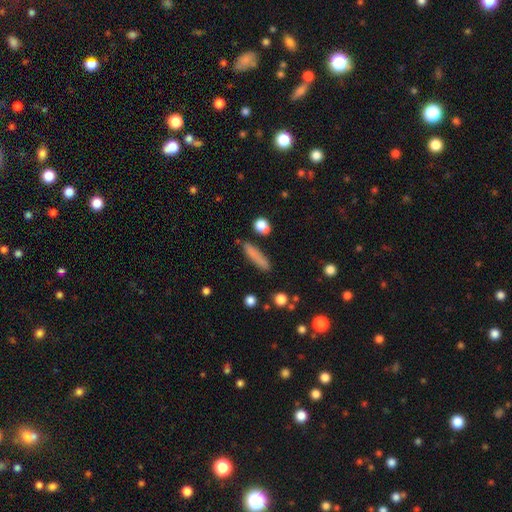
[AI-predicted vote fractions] Smooth or featured?
  - smooth: 79% *
  - featured or disk: 12%
  - star or artifact: 8%
How rounded?
  - cigar-shaped: 87% *
  - in between: 11%
  - round: 2%
Merging?
  - none: 82% *
  - minor disturbance: 12%
  - merger: 3%
  - major disturbance: 3%